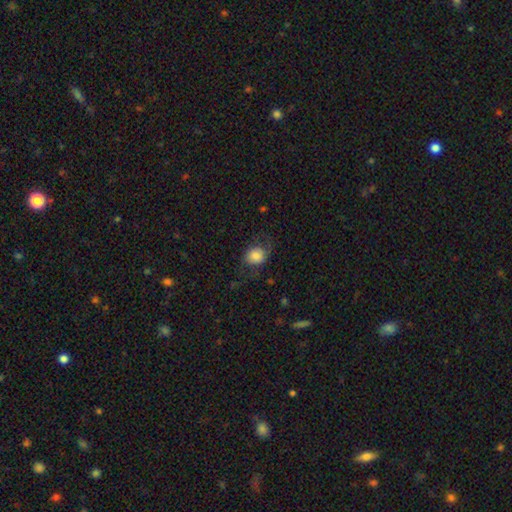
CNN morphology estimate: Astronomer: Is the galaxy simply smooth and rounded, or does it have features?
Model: smooth — 66%.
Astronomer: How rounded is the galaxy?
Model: round — 61% (runner-up: in between, 38%).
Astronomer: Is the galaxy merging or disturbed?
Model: none — 58%.